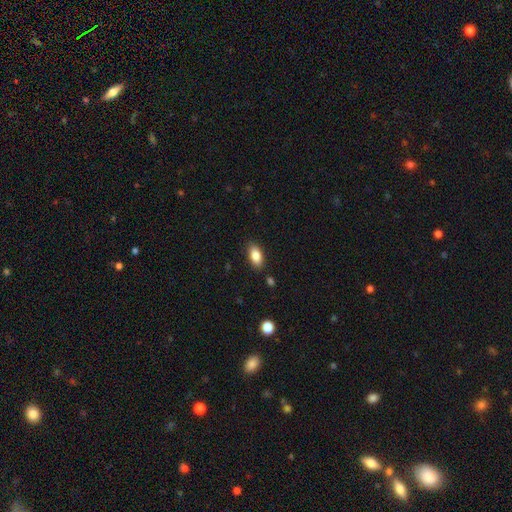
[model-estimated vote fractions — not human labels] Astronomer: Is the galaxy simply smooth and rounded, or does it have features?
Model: smooth — 86%.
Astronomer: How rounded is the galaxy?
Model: in between — 91%.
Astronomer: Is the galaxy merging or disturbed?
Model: none — 87%.